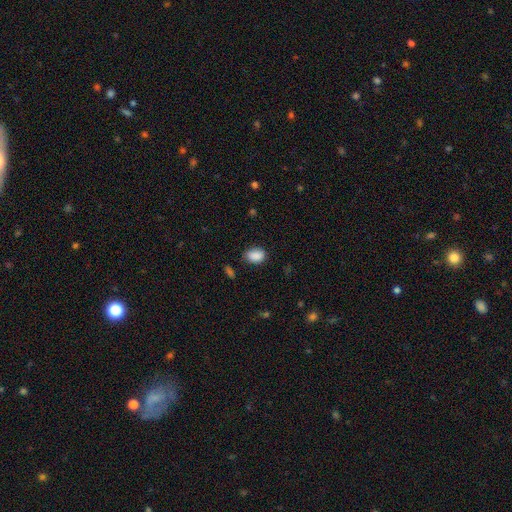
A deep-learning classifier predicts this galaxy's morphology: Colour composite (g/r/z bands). It shows a smooth galaxy with no disk features (88%) that is in between round and cigar-shaped (78%). Merging: none (75%).